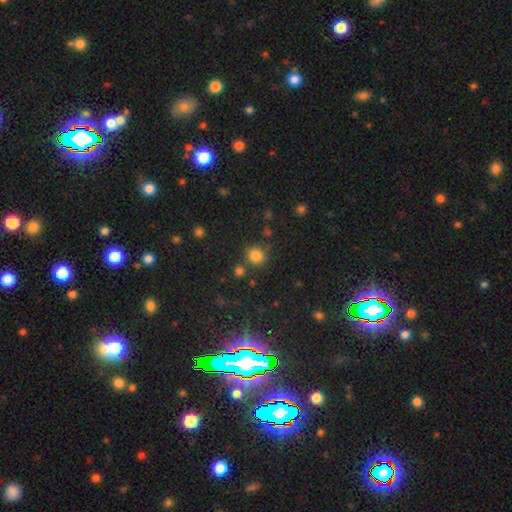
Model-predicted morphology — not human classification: Smooth or featured: smooth — 81% (star or artifact — 14%)
How rounded: round — 88% (in between — 11%)
Merging: none — 79% (minor disturbance — 9%)